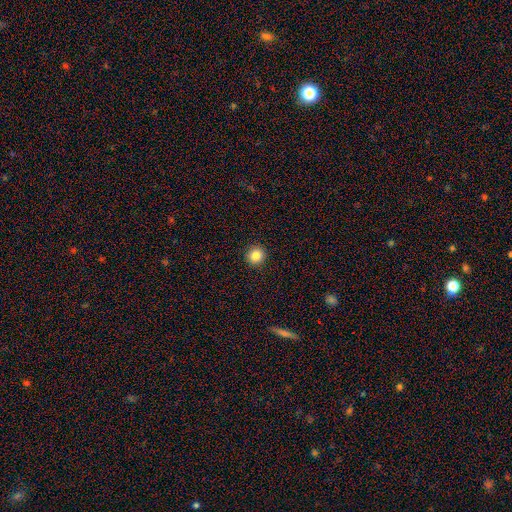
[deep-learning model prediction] A smooth galaxy with no disk features (85%) that is round (95%). Merging: none (93%).